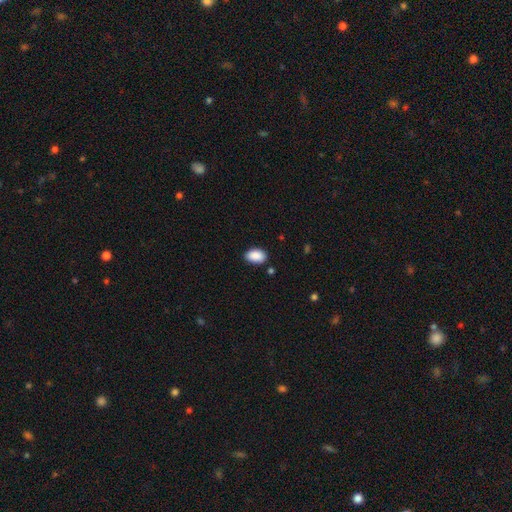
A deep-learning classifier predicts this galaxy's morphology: This is clearly a smooth galaxy (90%). How rounded: clearly in between (91%). Merging: clearly none (85%).